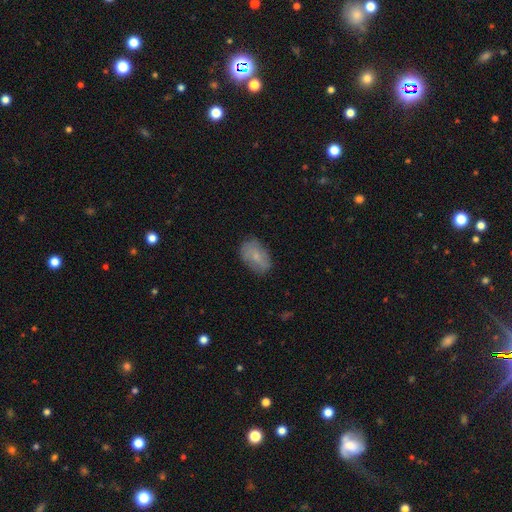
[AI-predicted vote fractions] This appears to be a smooth galaxy with no disk features (71%) that is in between round and cigar-shaped (89%). Merging: none (75%).